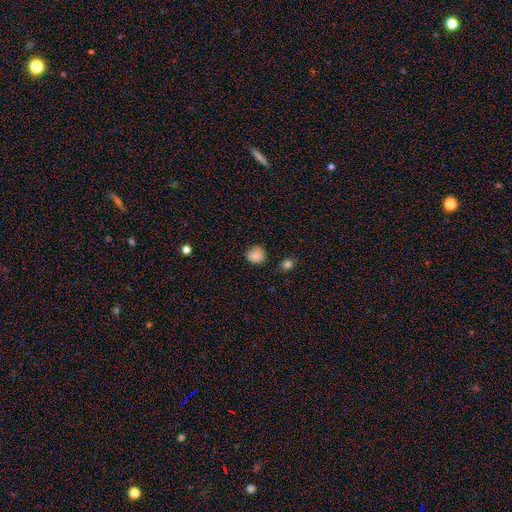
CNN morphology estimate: A smooth galaxy with no disk features (86%) that is round (81%). Merging: none (78%).